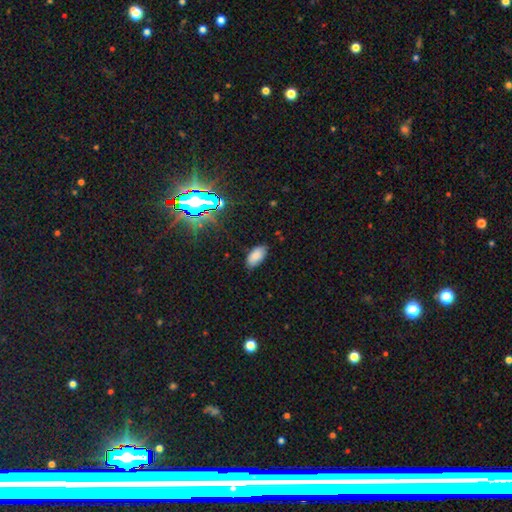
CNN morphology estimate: smooth-or-featured: smooth: 82% | star or artifact: 13% | featured or disk: 5%
  how-rounded: in between: 94% | cigar-shaped: 3% | round: 3%
  merging: none: 83% | minor disturbance: 13% | major disturbance: 3% | merger: 1%